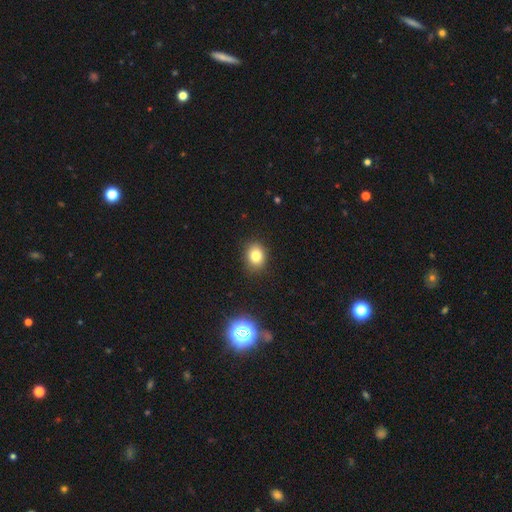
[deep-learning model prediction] This appears to be a smooth galaxy with no disk features (81%) that is round (58%). Merging: none (87%).